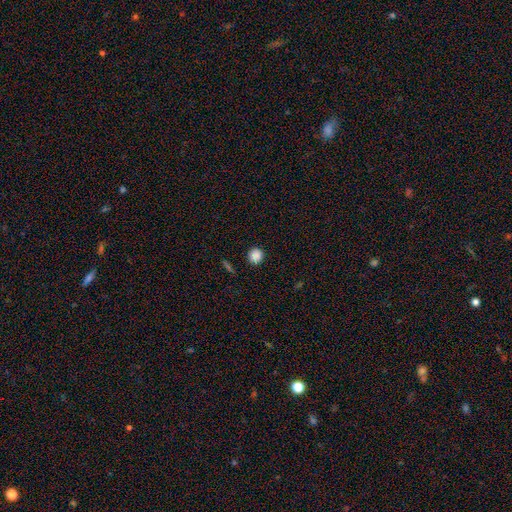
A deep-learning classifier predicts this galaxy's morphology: smooth-or-featured: smooth: 87% | star or artifact: 10% | featured or disk: 3%
  how-rounded: round: 88% | in between: 11% | cigar-shaped: 1%
  merging: none: 90% | minor disturbance: 6% | major disturbance: 2% | merger: 1%